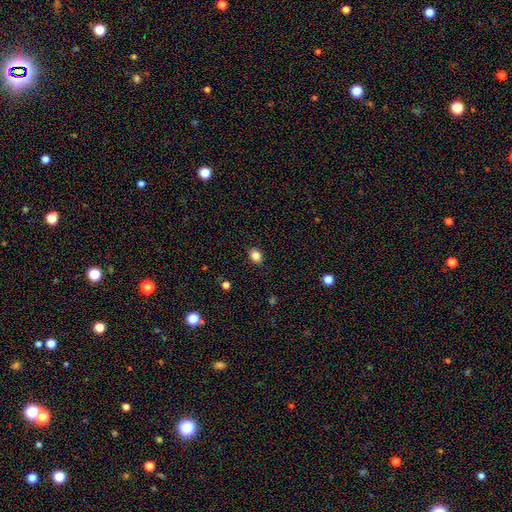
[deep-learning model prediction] Smooth or featured? Predicted: smooth (p=0.84). How rounded? Predicted: in between (p=0.57). Merging? Predicted: none (p=0.88).